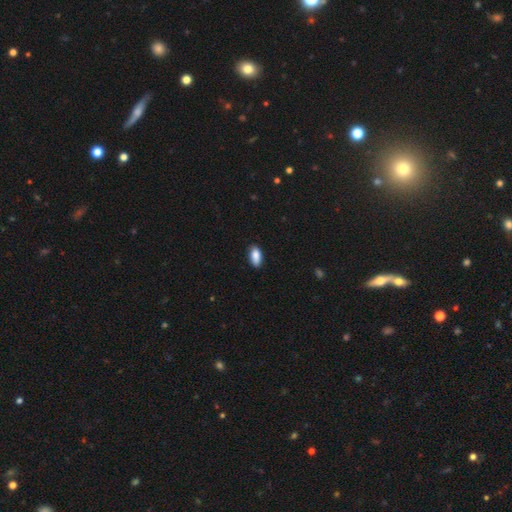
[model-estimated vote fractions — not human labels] Smooth or featured?
  - smooth: 88% *
  - star or artifact: 6%
  - featured or disk: 6%
How rounded?
  - in between: 90% *
  - cigar-shaped: 8%
  - round: 3%
Merging?
  - none: 86% *
  - minor disturbance: 11%
  - major disturbance: 2%
  - merger: 1%